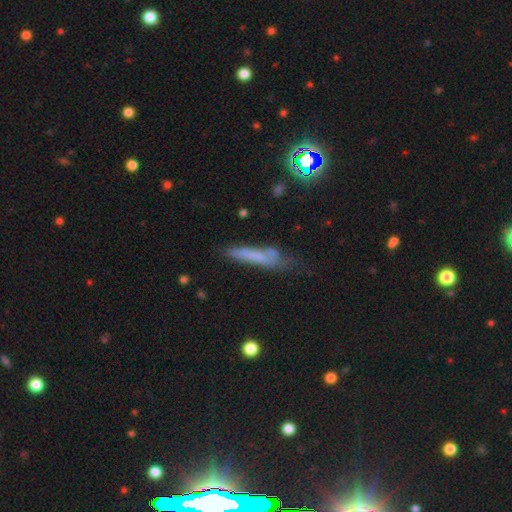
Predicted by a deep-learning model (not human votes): smooth-or-featured: smooth: 53% | featured or disk: 32% | star or artifact: 15%
  how-rounded: cigar-shaped: 85% | in between: 13% | round: 3%
  merging: none: 50% | minor disturbance: 30% | major disturbance: 14% | merger: 7%